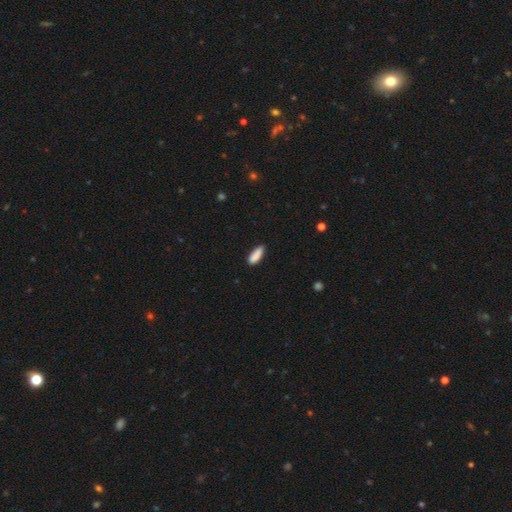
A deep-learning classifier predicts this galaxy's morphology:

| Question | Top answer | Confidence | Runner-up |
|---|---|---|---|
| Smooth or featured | smooth | 88% | star or artifact (7%) |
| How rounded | in between | 55% | cigar-shaped (43%) |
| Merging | none | 81% | minor disturbance (15%) |